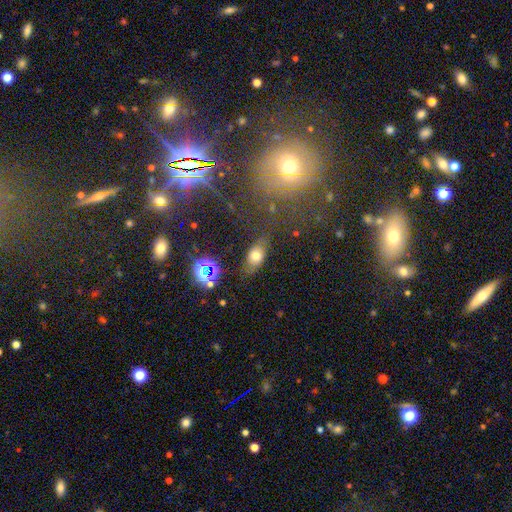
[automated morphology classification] smooth_or_featured: smooth (p=0.69) [alt: featured or disk p=0.16]
how_rounded: in between (p=0.80) [alt: round p=0.13]
merging: none (p=0.75) [alt: minor disturbance p=0.17]